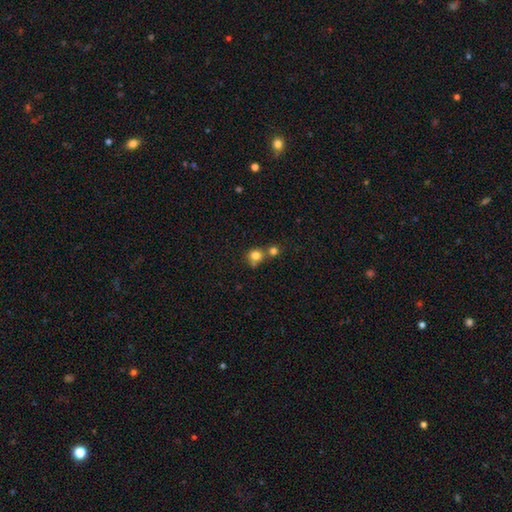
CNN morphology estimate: smooth-or-featured: smooth: 79% | star or artifact: 13% | featured or disk: 9%
  how-rounded: round: 86% | in between: 13% | cigar-shaped: 1%
  merging: none: 48% | merger: 39% | minor disturbance: 9% | major disturbance: 4%